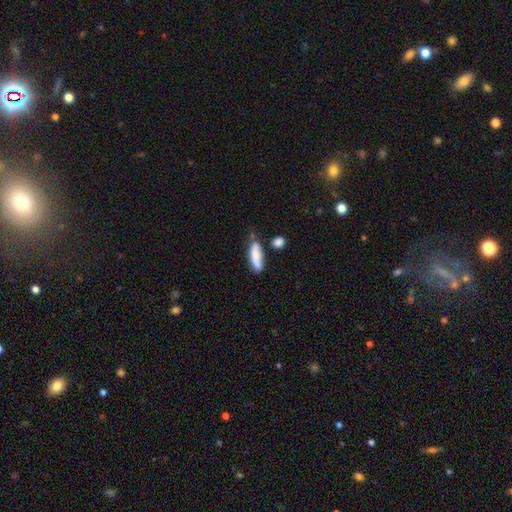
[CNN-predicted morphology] A smooth galaxy with no disk features (80%) that is cigar-shaped (52%). Merging: none (56%).